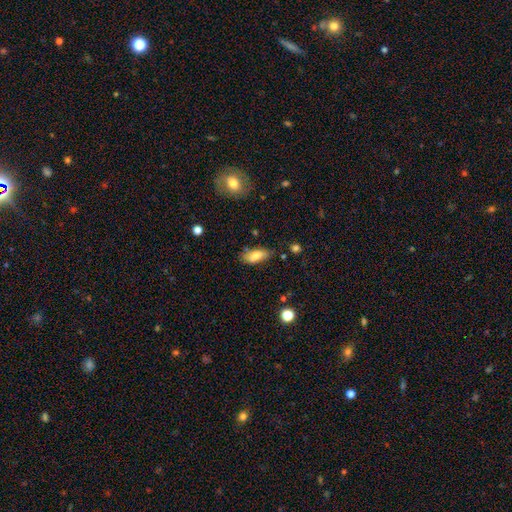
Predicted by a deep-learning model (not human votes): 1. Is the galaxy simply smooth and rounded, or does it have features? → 78% smooth, 15% featured or disk, 8% star or artifact.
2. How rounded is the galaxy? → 83% in between, 14% cigar-shaped, 3% round.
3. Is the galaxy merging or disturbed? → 69% none, 24% minor disturbance, 5% major disturbance, 3% merger.